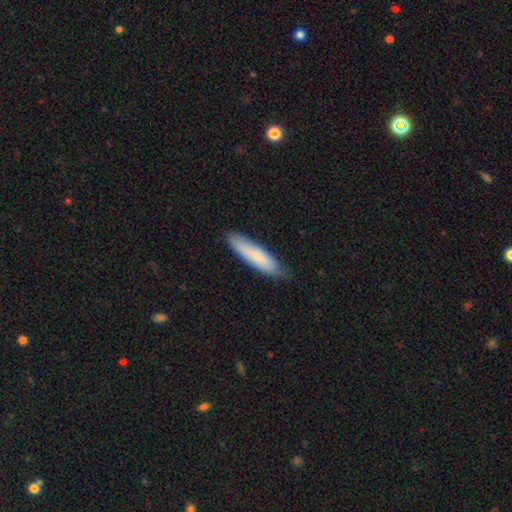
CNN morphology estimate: Smooth or featured?
  - smooth: 81% *
  - featured or disk: 14%
  - star or artifact: 5%
How rounded?
  - cigar-shaped: 77% *
  - in between: 22%
  - round: 1%
Merging?
  - none: 80% *
  - minor disturbance: 16%
  - major disturbance: 2%
  - merger: 1%